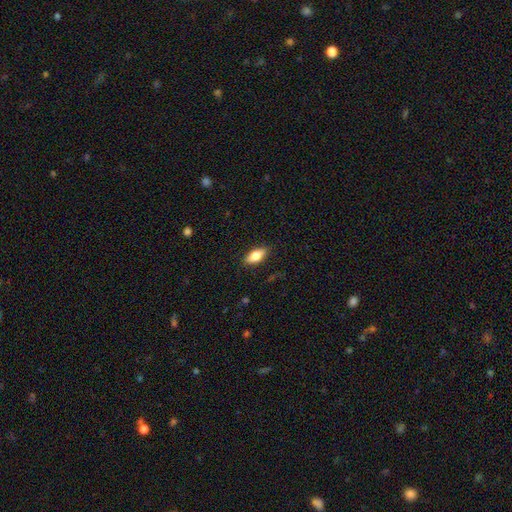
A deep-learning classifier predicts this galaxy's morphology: Smooth or featured: smooth — 74% (featured or disk — 19%)
How rounded: in between — 82% (cigar-shaped — 15%)
Merging: none — 87% (minor disturbance — 10%)